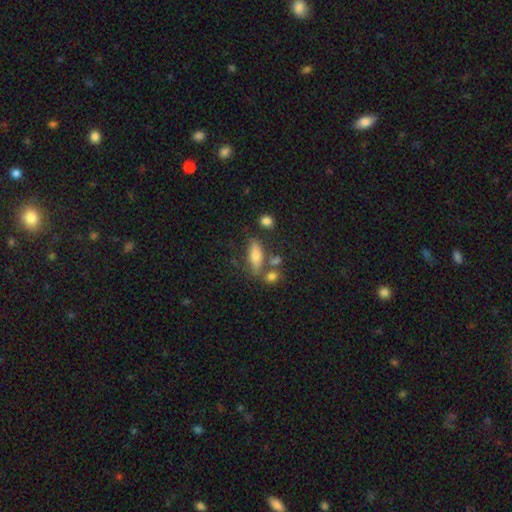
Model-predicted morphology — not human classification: Smooth or featured? smooth (65%)
How rounded? cigar-shaped (50%)
Merging? none (60%)